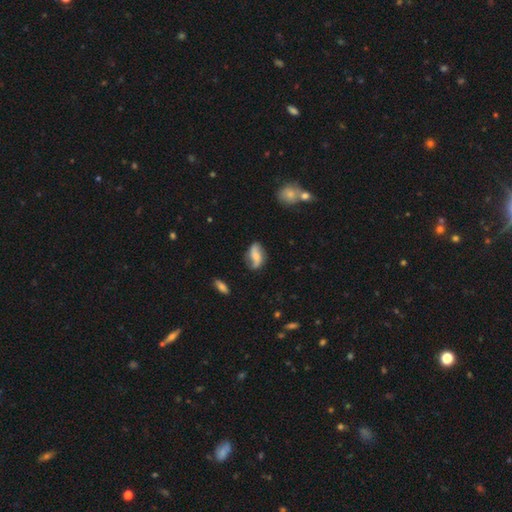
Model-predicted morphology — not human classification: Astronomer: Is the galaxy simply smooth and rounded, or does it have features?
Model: featured or disk — 62%.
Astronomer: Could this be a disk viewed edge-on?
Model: no — 94%.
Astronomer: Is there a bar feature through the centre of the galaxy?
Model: no — 41% (runner-up: weak, 36%).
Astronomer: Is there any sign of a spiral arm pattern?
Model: yes — 90%.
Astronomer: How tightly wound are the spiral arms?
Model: loose — 69%.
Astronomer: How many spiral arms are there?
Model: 2 — 87%.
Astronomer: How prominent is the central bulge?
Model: small — 45% (runner-up: moderate, 37%).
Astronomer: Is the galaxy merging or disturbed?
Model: none — 73%.